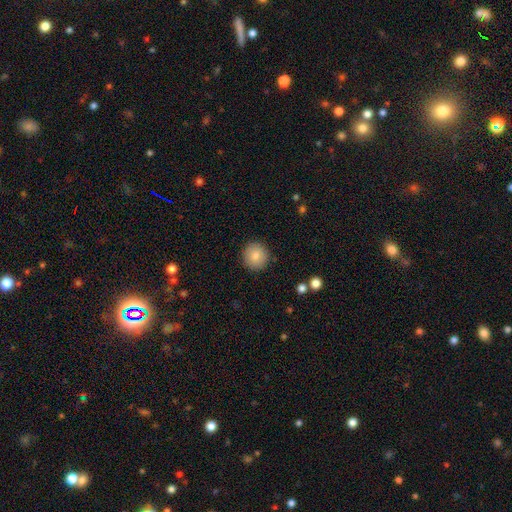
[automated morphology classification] The model was most divided on "smooth or featured": smooth: 82%, featured or disk: 10%, star or artifact: 9%. More confident: how rounded — round (94%); merging — none (91%).